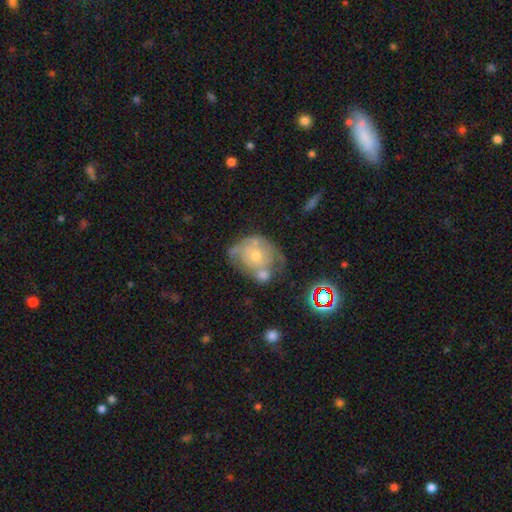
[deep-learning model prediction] smooth-or-featured: featured or disk: 58% | smooth: 32% | star or artifact: 10%
  disk-edge-on: no: 97% | yes: 3%
    bar: no: 86% | weak: 12% | strong: 2%
    has-spiral-arms: yes: 57% | no: 43%
    bulge-size: small: 57% | moderate: 37% | none: 2% | large: 2% | dominant: 1%
  merging: merger: 31% (tied) | none: 31% (tied) | minor disturbance: 22% | major disturbance: 16%